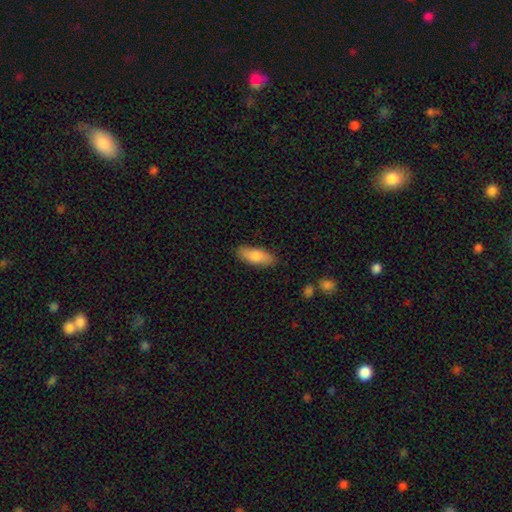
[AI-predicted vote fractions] Smooth or featured?
  - smooth: 81% *
  - featured or disk: 13%
  - star or artifact: 6%
How rounded?
  - in between: 73% *
  - cigar-shaped: 25%
  - round: 2%
Merging?
  - none: 85% *
  - minor disturbance: 12%
  - major disturbance: 2%
  - merger: 1%